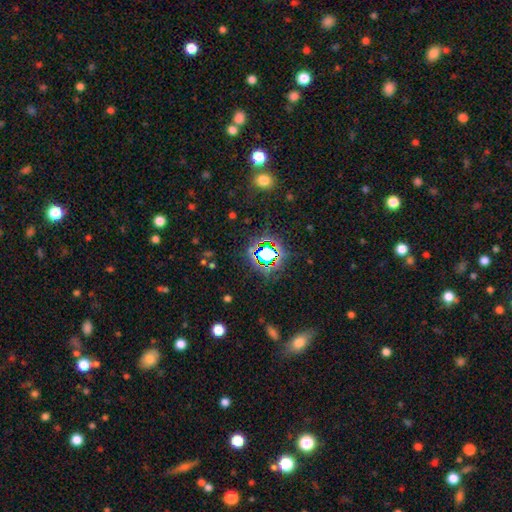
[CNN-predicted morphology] smooth-or-featured: star or artifact: 74% | smooth: 17% | featured or disk: 10%